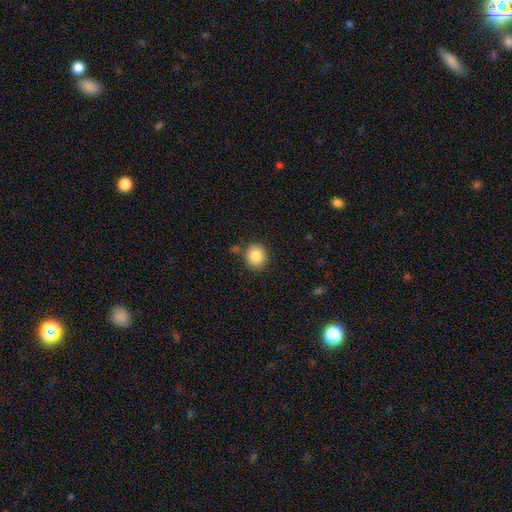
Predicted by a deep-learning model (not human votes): Smooth or featured?
  - smooth: 86% *
  - star or artifact: 9%
  - featured or disk: 5%
How rounded?
  - round: 77% *
  - in between: 22%
  - cigar-shaped: 1%
Merging?
  - none: 81% *
  - minor disturbance: 11%
  - merger: 5%
  - major disturbance: 3%